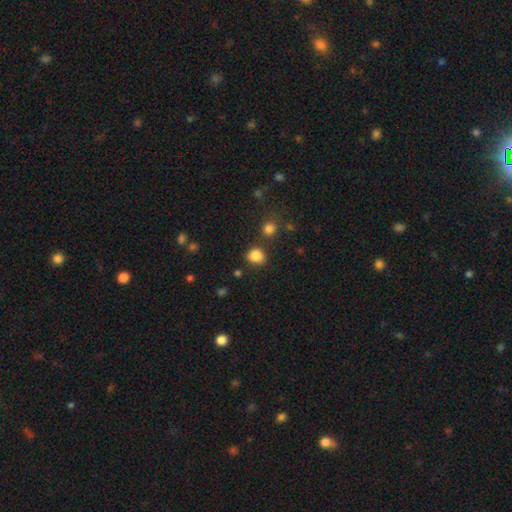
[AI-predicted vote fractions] This is clearly a smooth galaxy (85%). How rounded: likely round (63%). Merging: likely none (74%).